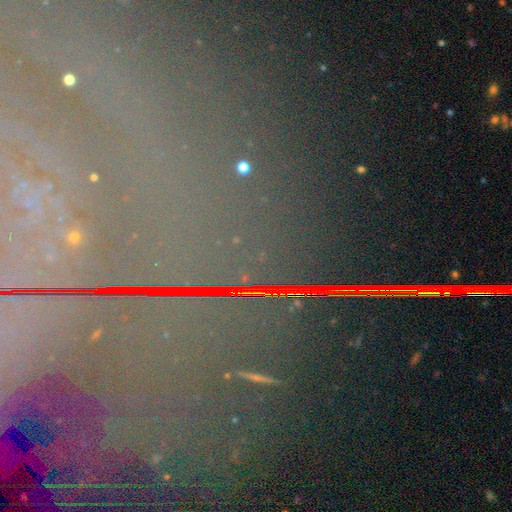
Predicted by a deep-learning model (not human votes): The model was most divided on "smooth or featured": star or artifact: 83%, featured or disk: 9%, smooth: 8%.